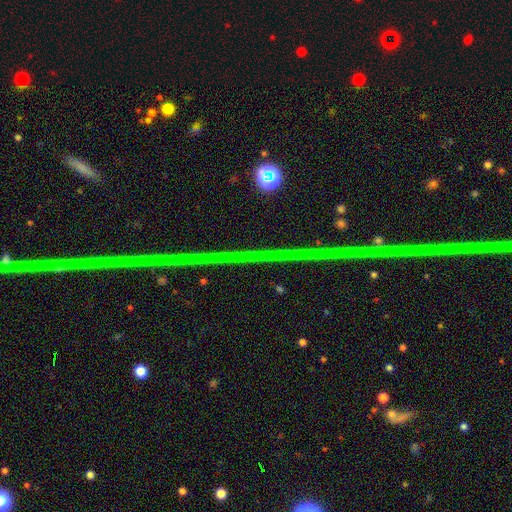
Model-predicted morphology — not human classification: This is clearly a star or artifact rather than a galaxy (87%).